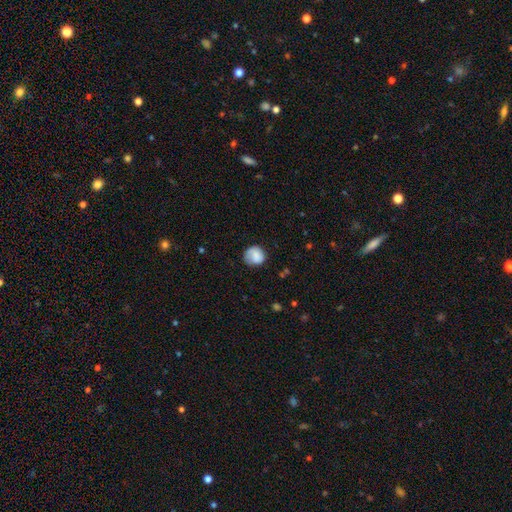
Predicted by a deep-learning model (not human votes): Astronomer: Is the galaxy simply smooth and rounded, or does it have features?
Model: smooth — 68%.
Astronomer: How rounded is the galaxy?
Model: round — 83%.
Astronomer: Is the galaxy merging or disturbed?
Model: none — 65%.